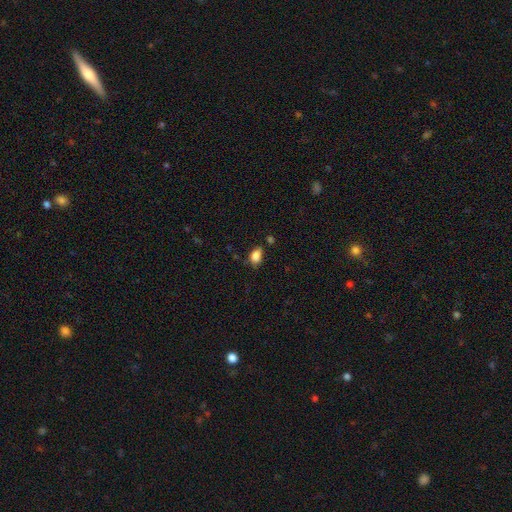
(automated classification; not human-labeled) smooth-or-featured: smooth: 85% | star or artifact: 10% | featured or disk: 5%
  how-rounded: in between: 86% | round: 11% | cigar-shaped: 2%
  merging: none: 63% | minor disturbance: 26% | merger: 6% | major disturbance: 6%